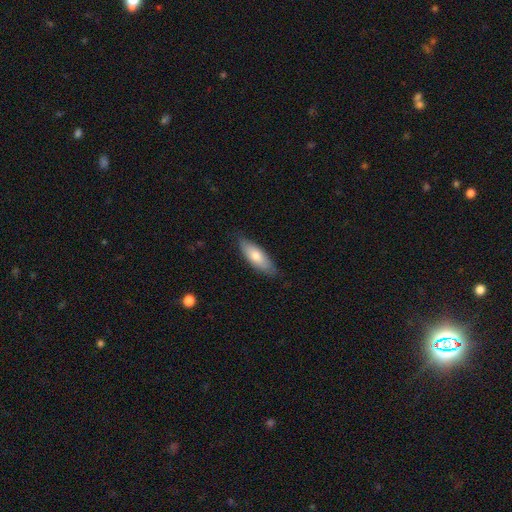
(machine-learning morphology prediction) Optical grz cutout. It shows a smooth galaxy with no disk features (71%) that is in between round and cigar-shaped (60%). Merging: none (82%).